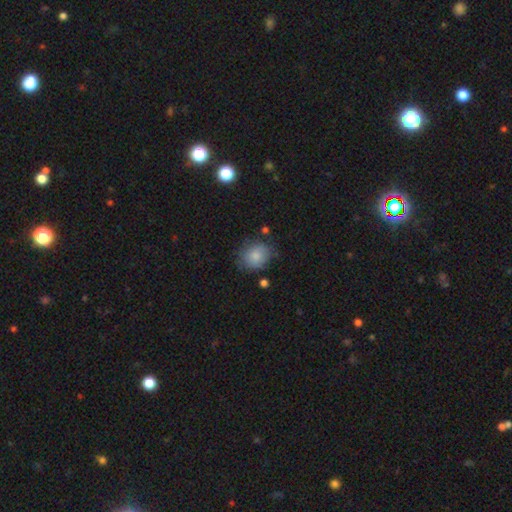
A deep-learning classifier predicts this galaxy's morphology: smooth_or_featured: smooth (p=0.82) [alt: featured or disk p=0.10]
how_rounded: round (p=0.66) [alt: in between p=0.33]
merging: none (p=0.68) [alt: minor disturbance p=0.22]